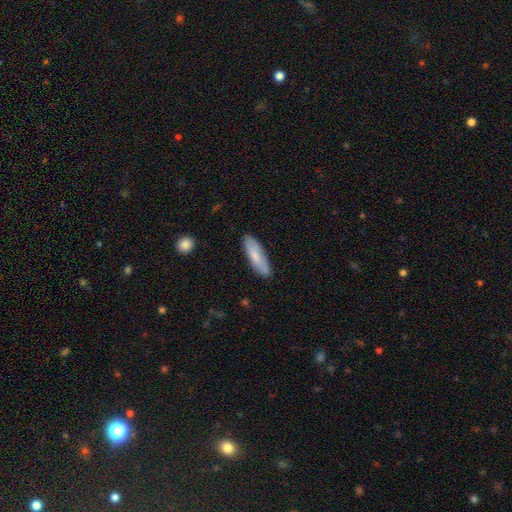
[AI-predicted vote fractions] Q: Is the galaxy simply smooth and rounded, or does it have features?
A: smooth — 78%.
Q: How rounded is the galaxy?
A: cigar-shaped — 58%.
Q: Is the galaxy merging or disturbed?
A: none — 84%.